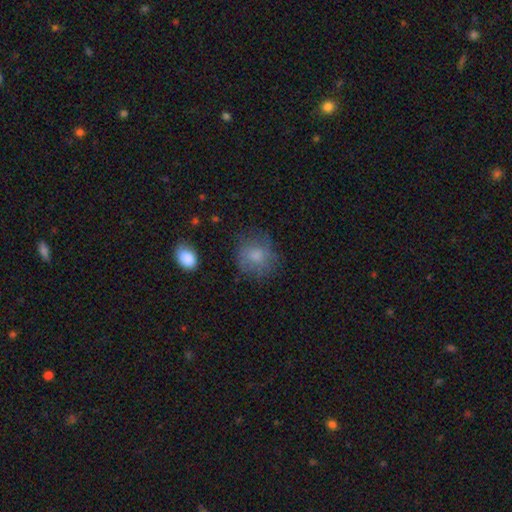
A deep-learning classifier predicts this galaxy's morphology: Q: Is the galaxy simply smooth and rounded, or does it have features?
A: smooth — 76%.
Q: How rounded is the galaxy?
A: round — 77%.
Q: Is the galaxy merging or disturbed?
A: none — 66%.